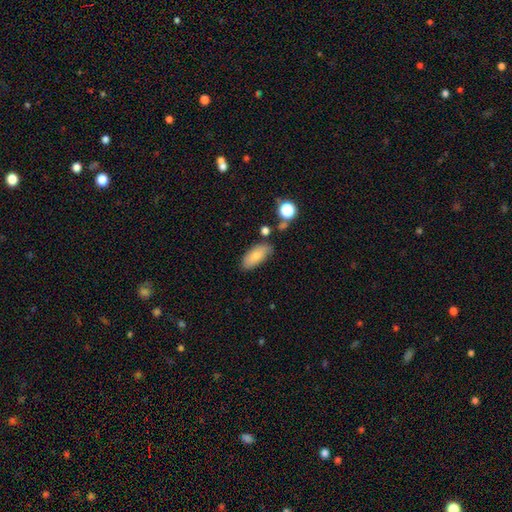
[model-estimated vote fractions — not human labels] Smooth or featured?
  - smooth: 78% *
  - featured or disk: 14%
  - star or artifact: 8%
How rounded?
  - in between: 88% *
  - cigar-shaped: 9%
  - round: 3%
Merging?
  - none: 71% *
  - minor disturbance: 20%
  - major disturbance: 4%
  - merger: 4%